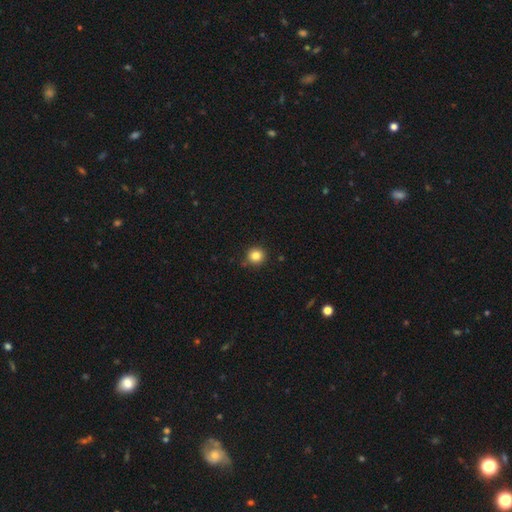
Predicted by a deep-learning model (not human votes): Overall: smooth (84%). How rounded: round (94%). Merging: none (88%).